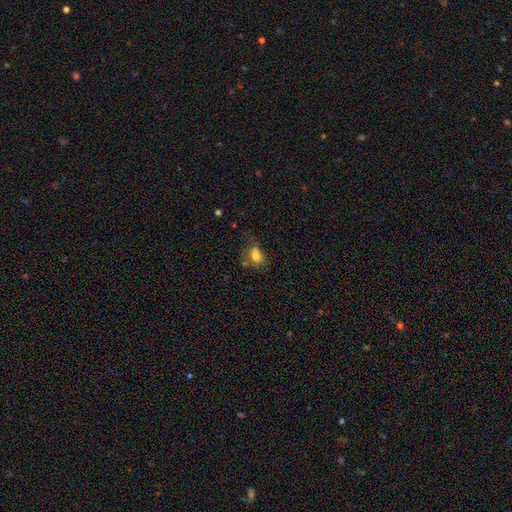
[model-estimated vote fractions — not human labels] smooth-or-featured: smooth: 78% | featured or disk: 11% | star or artifact: 11%
  how-rounded: in between: 67% | round: 31% | cigar-shaped: 2%
  merging: none: 43% | minor disturbance: 29% | major disturbance: 17% | merger: 11%